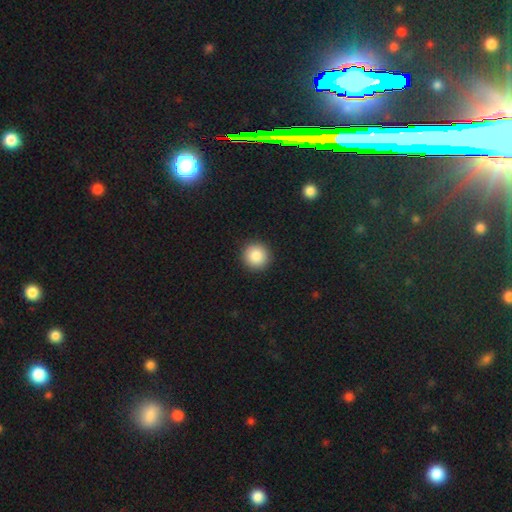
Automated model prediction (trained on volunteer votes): Smooth or featured? Predicted: smooth (p=0.87). How rounded? Predicted: round (p=0.95). Merging? Predicted: none (p=0.93).